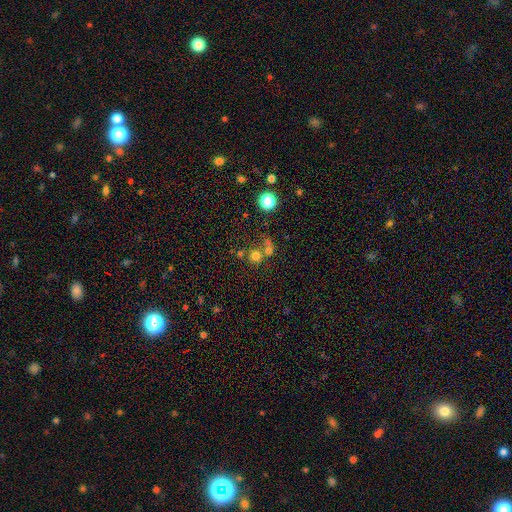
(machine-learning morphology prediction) smooth-or-featured: smooth: 70% | star or artifact: 19% | featured or disk: 11%
  how-rounded: round: 89% | in between: 10% | cigar-shaped: 1%
  merging: none: 50% | merger: 39% | minor disturbance: 7% | major disturbance: 4%